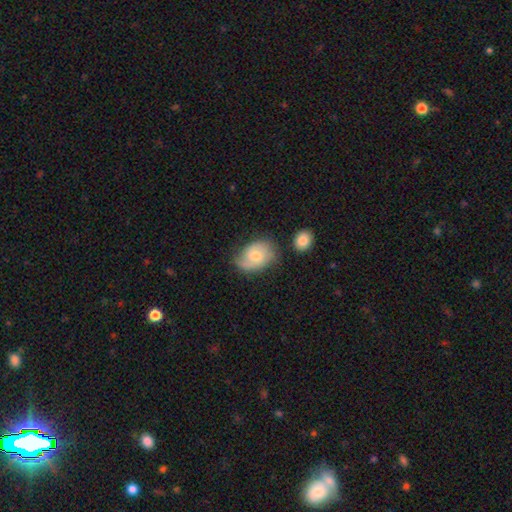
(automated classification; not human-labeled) This appears to be a featured or disk galaxy (56%) with no bar (63%), spiral arms (87%) and a moderate central bulge (59%). Merging: none (60%).